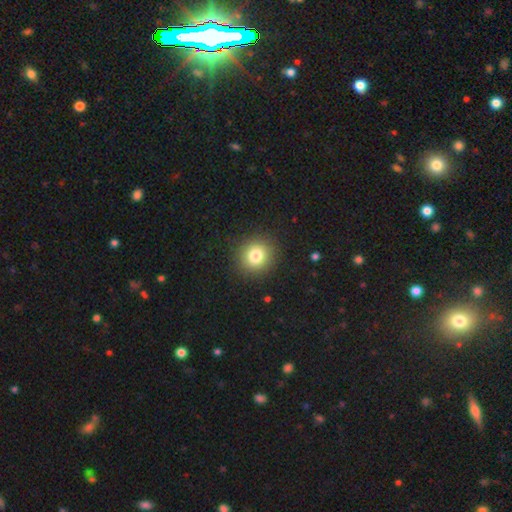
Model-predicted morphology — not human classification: Overall: smooth (81%). How rounded: round (90%). Merging: none (91%).